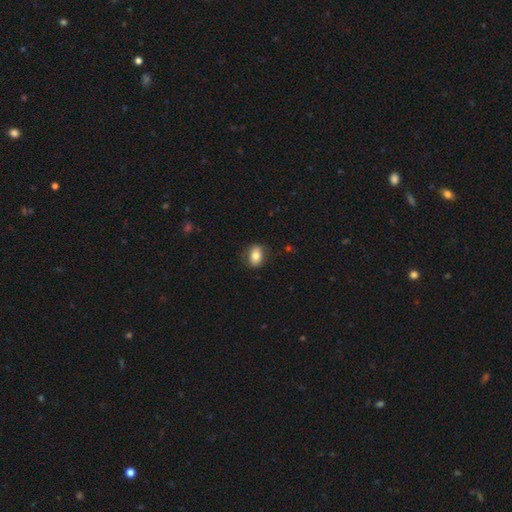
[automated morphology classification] A smooth galaxy with no disk features (76%) that is in between round and cigar-shaped (72%).

Vote fractions:
- Smooth or featured? smooth: 76% / featured or disk: 16% / star or artifact: 8%
- How rounded? in between: 72% / round: 26% / cigar-shaped: 2%
- Merging? none: 82% / minor disturbance: 13% / major disturbance: 4% / merger: 1%